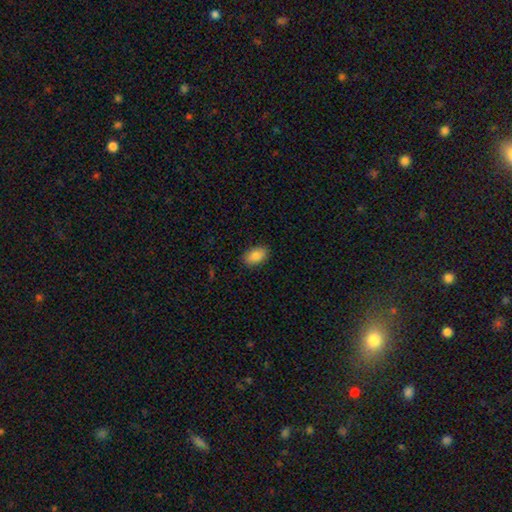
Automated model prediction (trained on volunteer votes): Overall: smooth (86%). How rounded: in between (90%). Merging: none (88%).